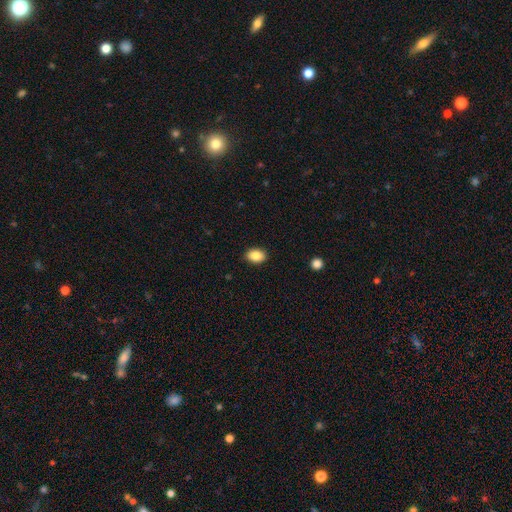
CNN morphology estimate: smooth_or_featured: smooth (p=0.87) [alt: star or artifact p=0.08]
how_rounded: in between (p=0.78) [alt: round p=0.21]
merging: none (p=0.89) [alt: minor disturbance p=0.08]